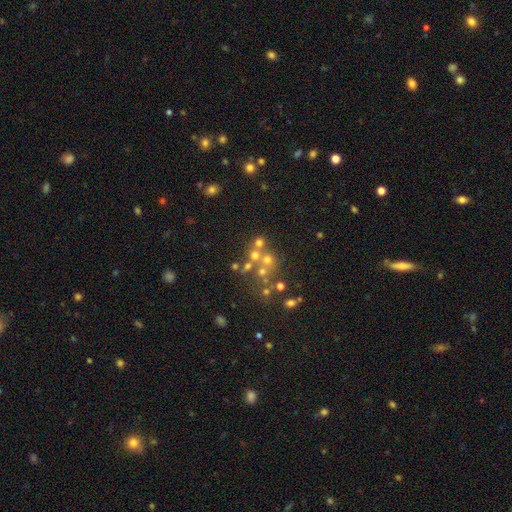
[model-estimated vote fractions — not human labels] Q: Smooth or featured?
A: smooth (38%); runner-up: star or artifact (35%)
Q: Merging?
A: none (49%); runner-up: merger (34%)